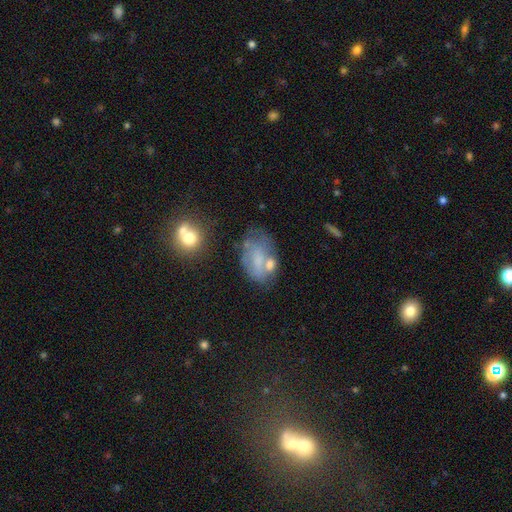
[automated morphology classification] smooth-or-featured: smooth: 48% | featured or disk: 41% | star or artifact: 11%
  merging: none: 40% | minor disturbance: 25% | major disturbance: 17% | merger: 17%